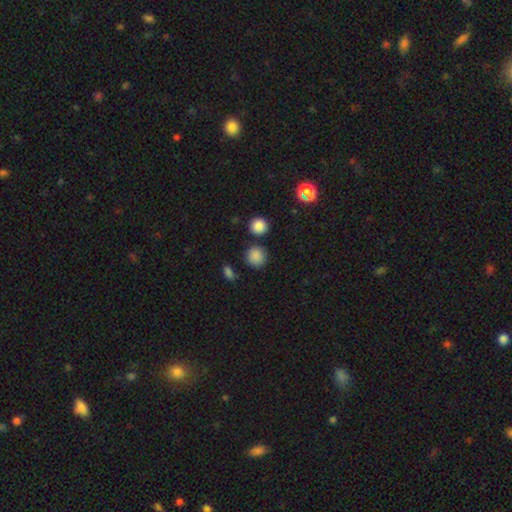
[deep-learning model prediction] This is clearly a smooth galaxy (85%). How rounded: clearly round (91%). Merging: clearly none (82%).